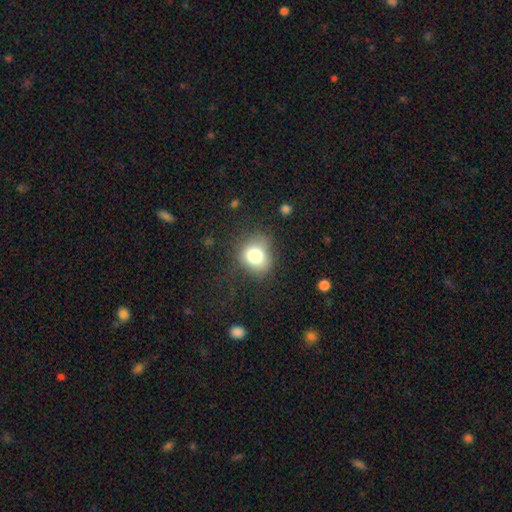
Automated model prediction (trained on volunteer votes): Smooth or featured: smooth — 78% (star or artifact — 11%)
How rounded: round — 64% (in between — 35%)
Merging: none — 64% (minor disturbance — 22%)